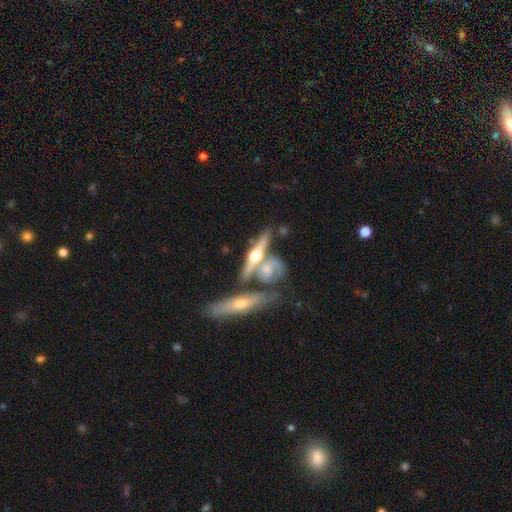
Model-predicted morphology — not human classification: Smooth or featured? featured or disk (72%)
Edge-on disk? yes (88%)
Edge-on bulge? rounded (94%)
Merging? none (45%)